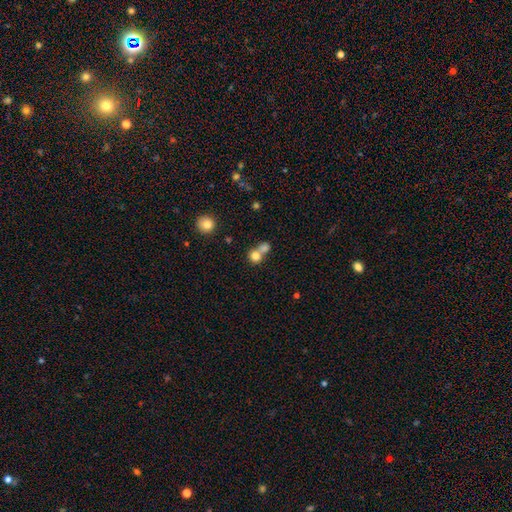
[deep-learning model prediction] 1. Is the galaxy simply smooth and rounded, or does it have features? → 78% smooth, 11% star or artifact, 11% featured or disk.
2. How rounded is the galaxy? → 82% round, 17% in between, 1% cigar-shaped.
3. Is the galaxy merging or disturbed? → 56% merger, 36% none, 6% minor disturbance, 3% major disturbance.